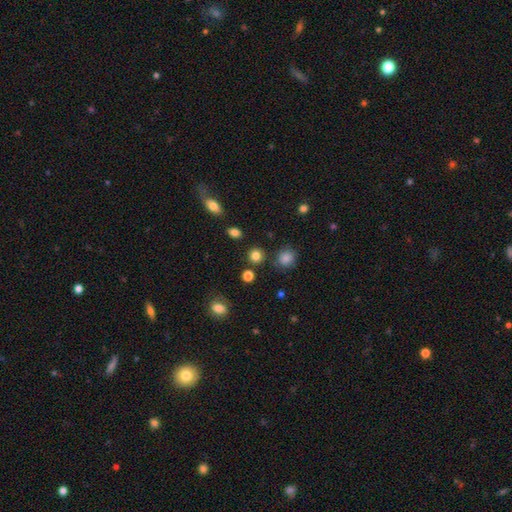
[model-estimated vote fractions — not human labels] smooth-or-featured: smooth: 82% | star or artifact: 13% | featured or disk: 5%
  how-rounded: round: 86% | in between: 13% | cigar-shaped: 1%
  merging: none: 84% | minor disturbance: 8% | merger: 5% | major disturbance: 3%